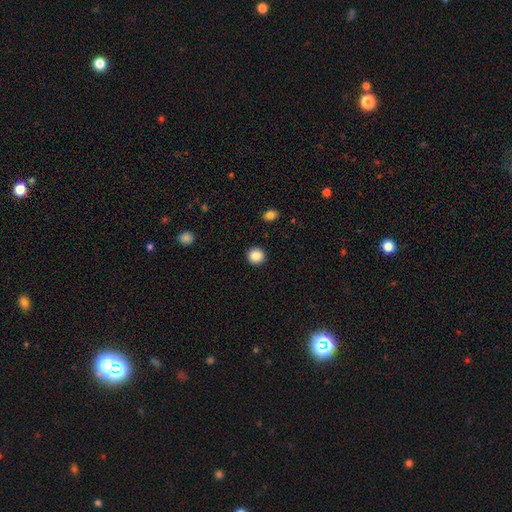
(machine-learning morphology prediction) The model was most divided on "smooth or featured": smooth: 88%, star or artifact: 9%, featured or disk: 3%. More confident: how rounded — round (93%); merging — none (92%).